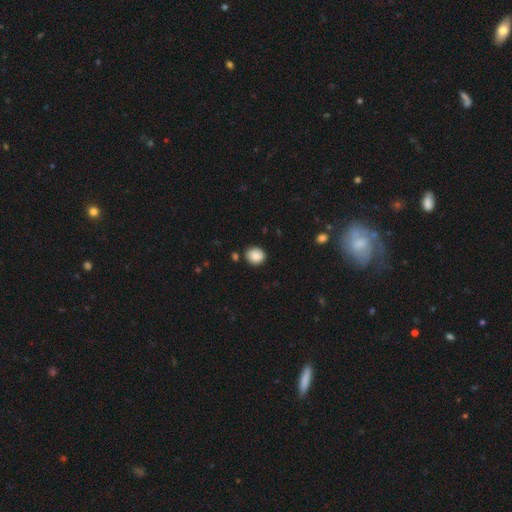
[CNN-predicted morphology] The model was most divided on "how rounded": round: 77%, in between: 22%, cigar-shaped: 1%. More confident: smooth or featured — smooth (88%); merging — none (83%).